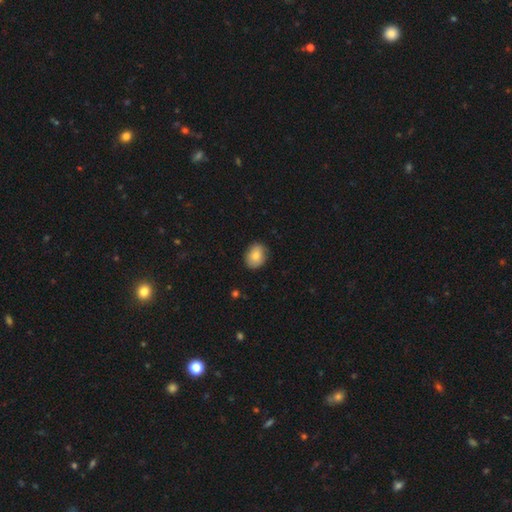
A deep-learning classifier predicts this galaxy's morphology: type=smooth (83%); roundness=in between (57%); merging=none (84%).